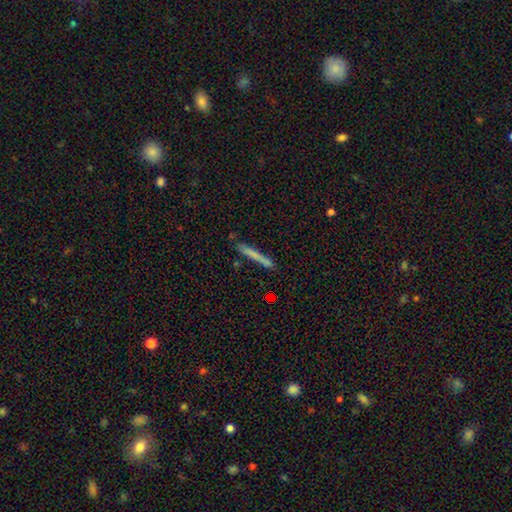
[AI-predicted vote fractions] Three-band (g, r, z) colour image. It shows a smooth galaxy with no disk features (65%) that is cigar-shaped (96%). Merging: none (83%).